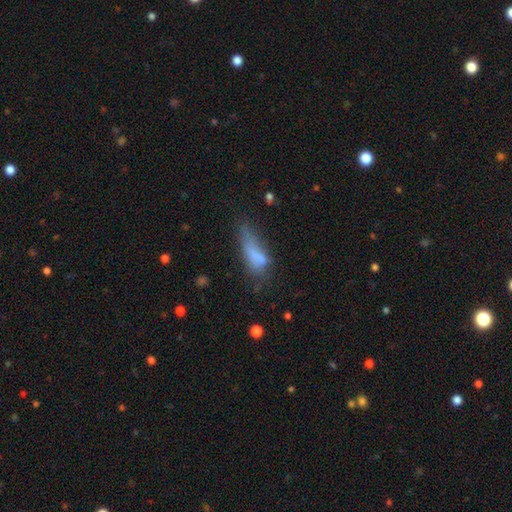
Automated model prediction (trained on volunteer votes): This is likely a smooth galaxy (63%). How rounded: likely in between (61%). Merging: marginally major disturbance (37%).